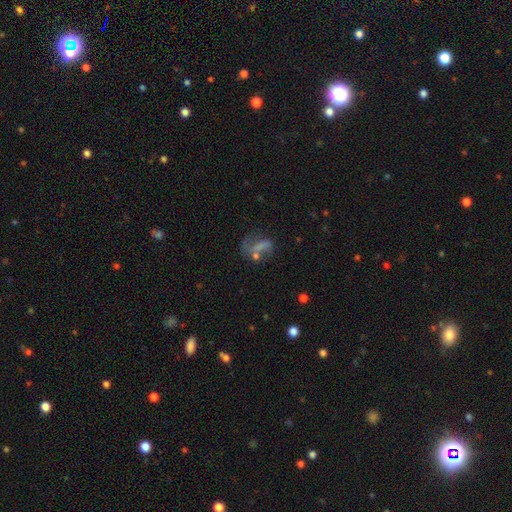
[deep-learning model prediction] Smooth or featured: featured or disk — 40% (smooth — 37%)
Merging: none — 34% (major disturbance — 32%)